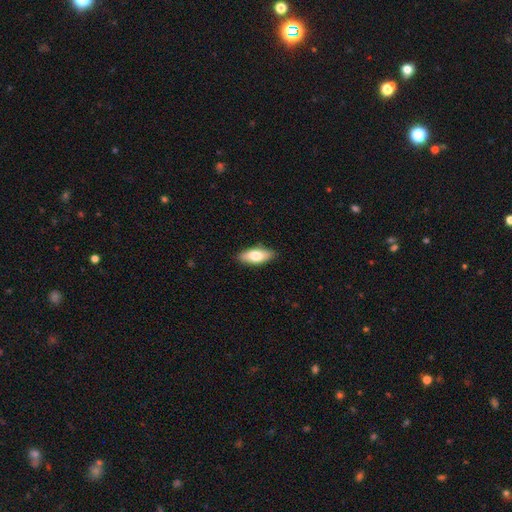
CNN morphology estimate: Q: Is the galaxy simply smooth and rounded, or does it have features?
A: smooth — 75%.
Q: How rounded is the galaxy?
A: in between — 79%.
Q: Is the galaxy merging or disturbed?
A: none — 87%.